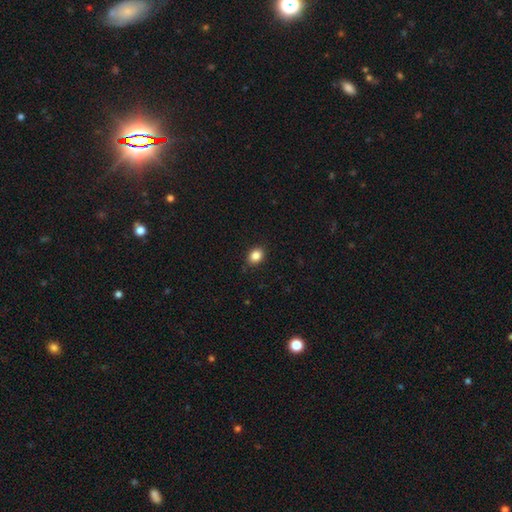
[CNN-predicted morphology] smooth_or_featured: smooth (p=0.85) [alt: star or artifact p=0.10]
how_rounded: in between (p=0.58) [alt: round p=0.41]
merging: none (p=0.88) [alt: minor disturbance p=0.09]